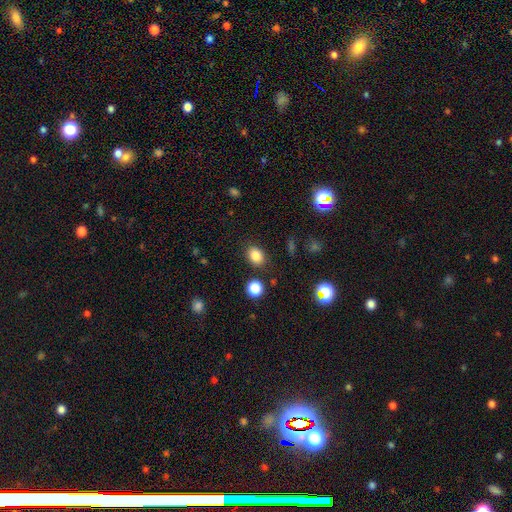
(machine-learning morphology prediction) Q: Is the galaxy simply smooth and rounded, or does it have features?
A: smooth — 84%.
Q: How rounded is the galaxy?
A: in between — 59%.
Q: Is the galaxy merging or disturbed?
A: none — 82%.